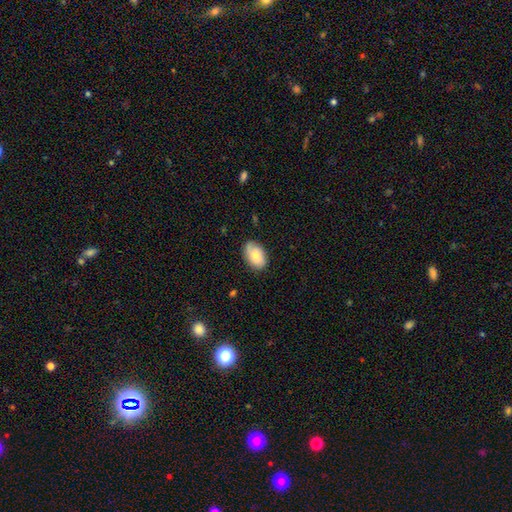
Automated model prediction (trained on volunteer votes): Smooth or featured?
  - smooth: 72% *
  - featured or disk: 21%
  - star or artifact: 7%
How rounded?
  - in between: 87% *
  - round: 12%
  - cigar-shaped: 1%
Merging?
  - none: 77% *
  - minor disturbance: 19%
  - major disturbance: 3%
  - merger: 1%